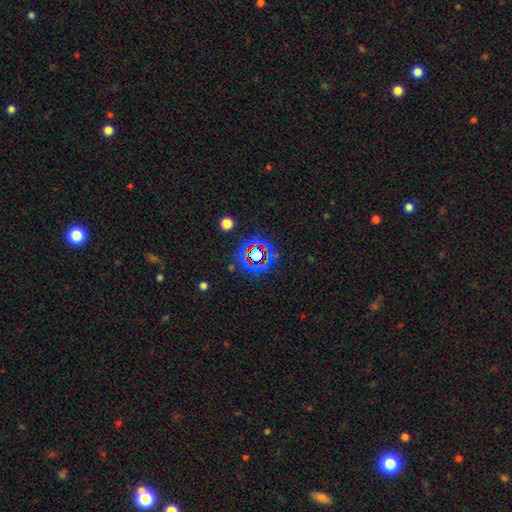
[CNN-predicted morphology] smooth_or_featured: star or artifact (p=0.68) [alt: smooth p=0.21]